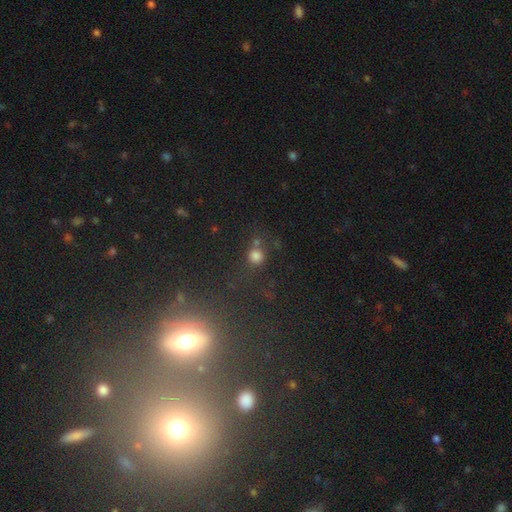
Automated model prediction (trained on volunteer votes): Smooth or featured?
  - smooth: 71% *
  - star or artifact: 22%
  - featured or disk: 7%
How rounded?
  - round: 89% *
  - in between: 10%
  - cigar-shaped: 1%
Merging?
  - none: 64% *
  - merger: 16%
  - minor disturbance: 12%
  - major disturbance: 7%